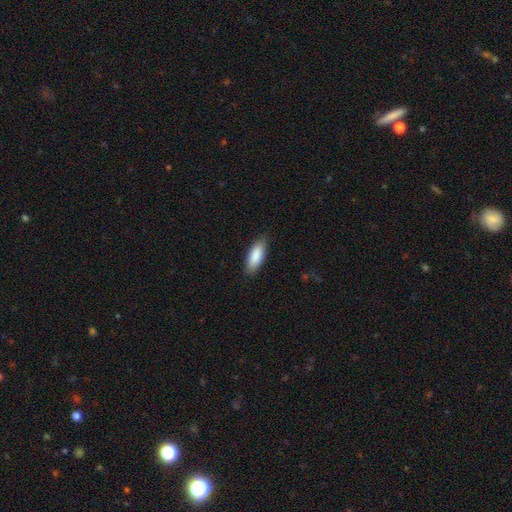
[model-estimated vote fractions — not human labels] Overall: smooth (88%). How rounded: in between (74%). Merging: none (86%).